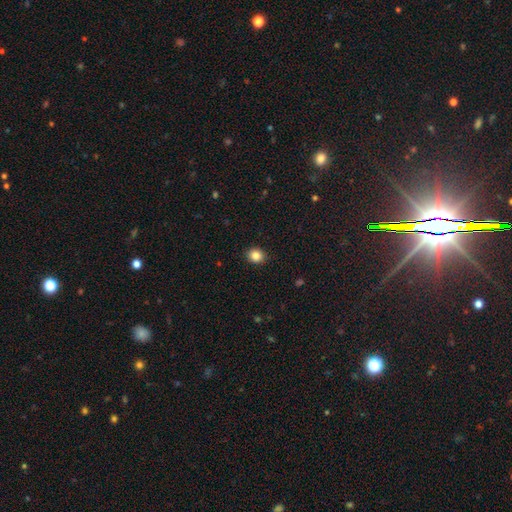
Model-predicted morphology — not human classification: A smooth galaxy with no disk features (85%) that is round (70%).

Vote fractions:
- Smooth or featured? smooth: 85% / star or artifact: 10% / featured or disk: 4%
- How rounded? round: 70% / in between: 30% / cigar-shaped: 1%
- Merging? none: 90% / minor disturbance: 7% / major disturbance: 2% / merger: 1%